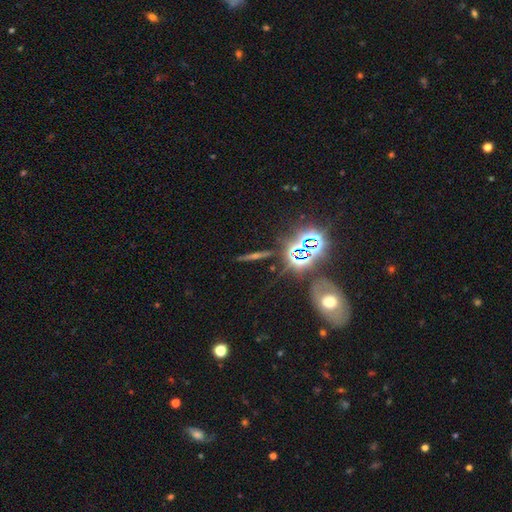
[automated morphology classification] Overall: star or artifact (43%; featured or disk 33%).